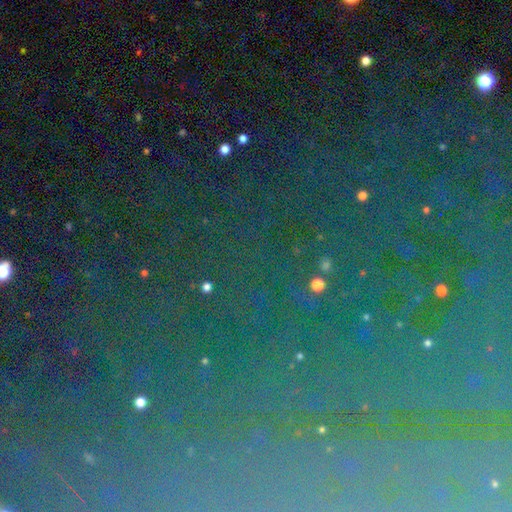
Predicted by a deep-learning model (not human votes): A star or artifact, not a galaxy (79%).

Vote fractions:
- Smooth or featured? star or artifact: 79% / smooth: 11% / featured or disk: 9%